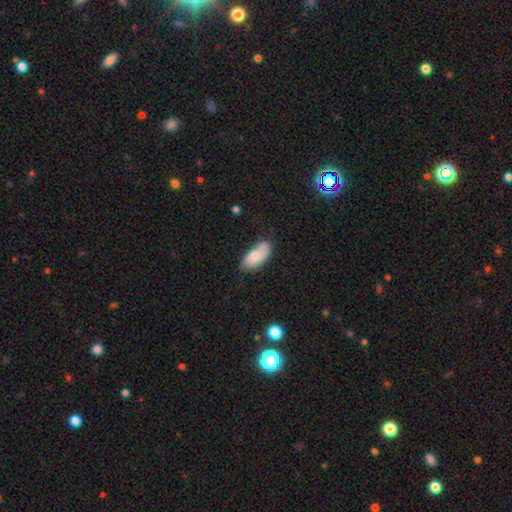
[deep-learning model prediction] Q: Smooth or featured?
A: smooth (72%); runner-up: featured or disk (22%)
Q: How rounded?
A: in between (90%); runner-up: cigar-shaped (7%)
Q: Merging?
A: none (62%); runner-up: minor disturbance (29%)